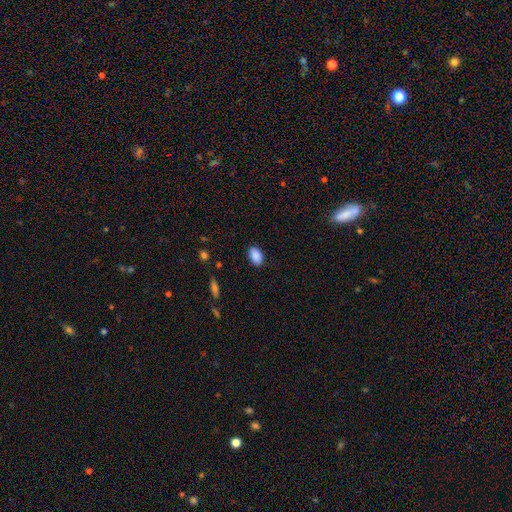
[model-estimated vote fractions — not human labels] smooth 89%, star or artifact 7%, featured or disk 4%. Down the decision tree: how rounded — in between (87%); merging — none (87%).